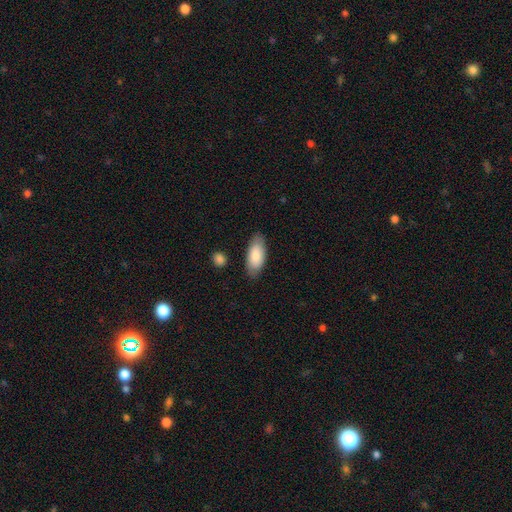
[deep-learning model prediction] Smooth or featured? smooth (83%)
How rounded? in between (88%)
Merging? none (82%)